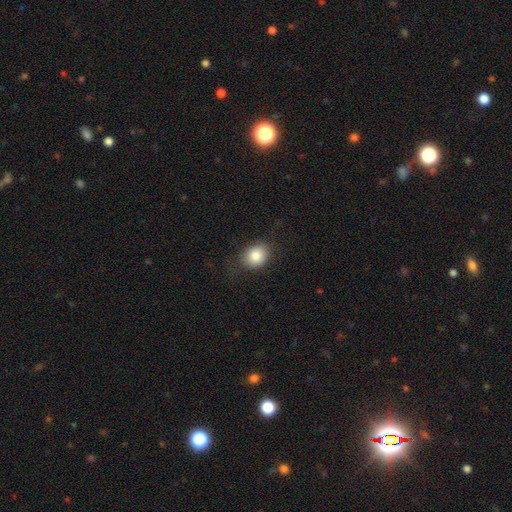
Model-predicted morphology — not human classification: smooth-or-featured: smooth: 84% | star or artifact: 9% | featured or disk: 7%
  how-rounded: round: 60% | in between: 39% | cigar-shaped: 1%
  merging: none: 79% | minor disturbance: 15% | major disturbance: 5% | merger: 1%